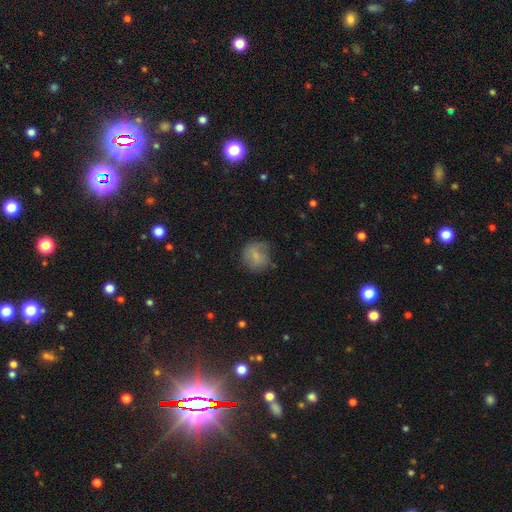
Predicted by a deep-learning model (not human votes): Smooth or featured: smooth — 74% (featured or disk — 17%)
How rounded: round — 82% (in between — 17%)
Merging: none — 64% (minor disturbance — 25%)